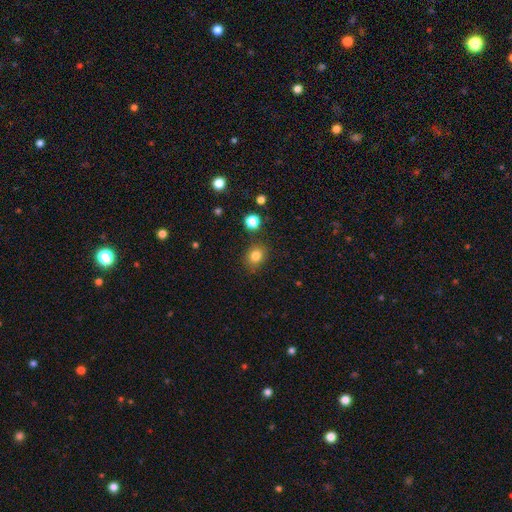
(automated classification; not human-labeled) Smooth or featured?
  - smooth: 81% *
  - star or artifact: 12%
  - featured or disk: 6%
How rounded?
  - round: 61% *
  - in between: 38%
  - cigar-shaped: 1%
Merging?
  - none: 80% *
  - minor disturbance: 13%
  - merger: 4%
  - major disturbance: 3%